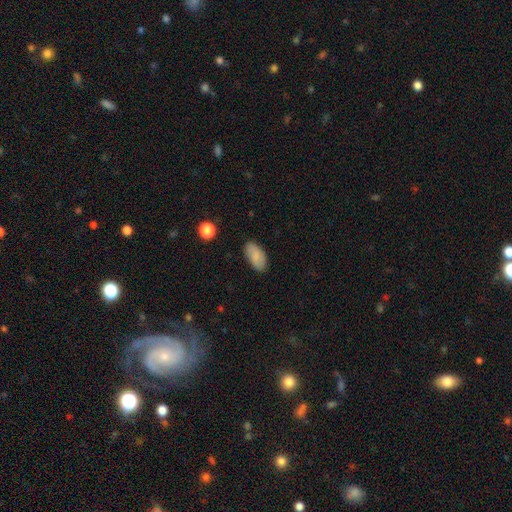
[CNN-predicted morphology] The model was most divided on "merging": none: 84%, minor disturbance: 12%, major disturbance: 3%, merger: 1%. More confident: how rounded — in between (93%); smooth or featured — smooth (83%).